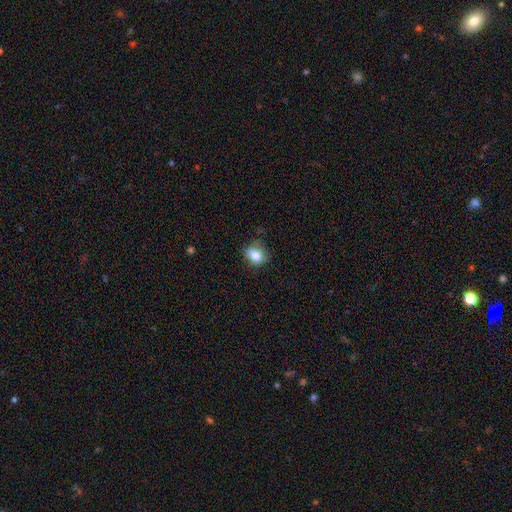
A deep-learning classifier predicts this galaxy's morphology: type=smooth (78%); roundness=in between (55%); merging=none (68%).